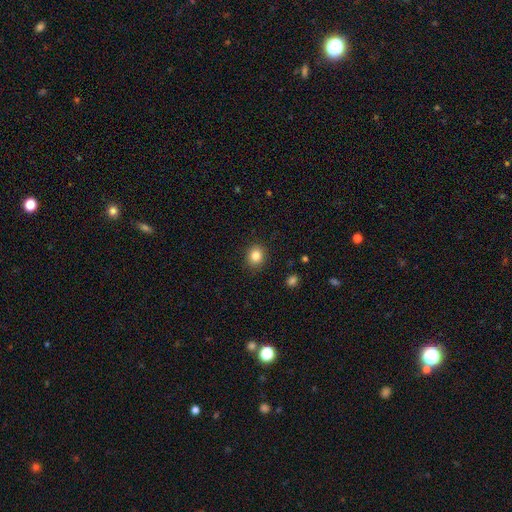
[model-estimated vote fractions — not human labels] This is clearly a smooth galaxy (84%). How rounded: likely round (75%). Merging: clearly none (90%).